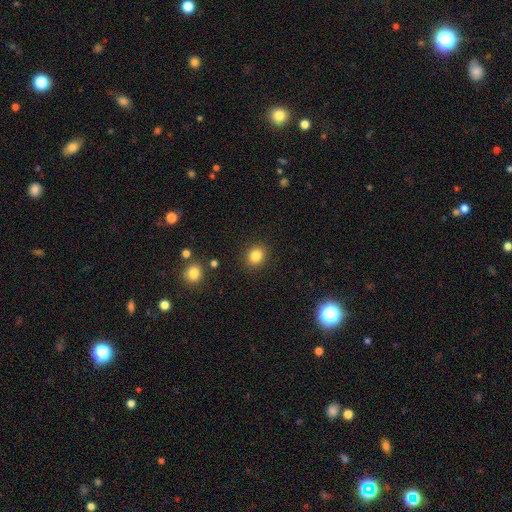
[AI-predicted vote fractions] The model was most divided on "how rounded": round: 73%, in between: 26%, cigar-shaped: 1%. More confident: merging — none (90%); smooth or featured — smooth (84%).